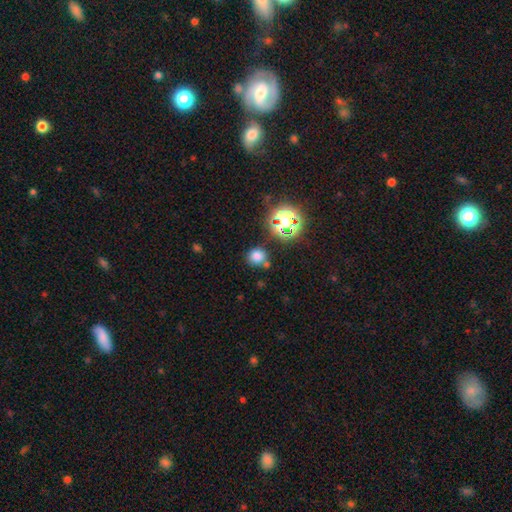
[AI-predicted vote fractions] Overall: smooth (71%). How rounded: round (84%). Merging: none (75%).